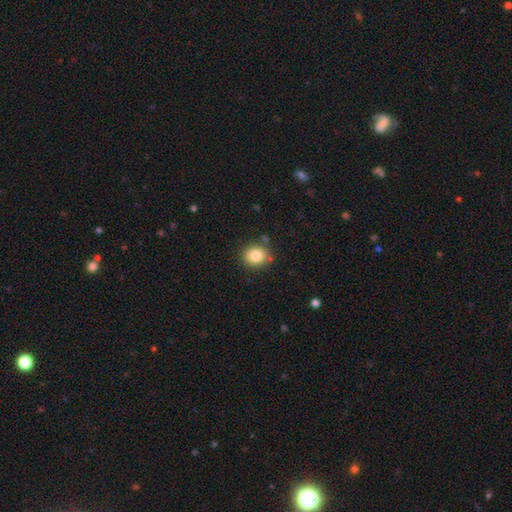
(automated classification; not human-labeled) The model was most divided on "how rounded": round: 74%, in between: 25%, cigar-shaped: 1%. More confident: smooth or featured — smooth (82%); merging — none (82%).